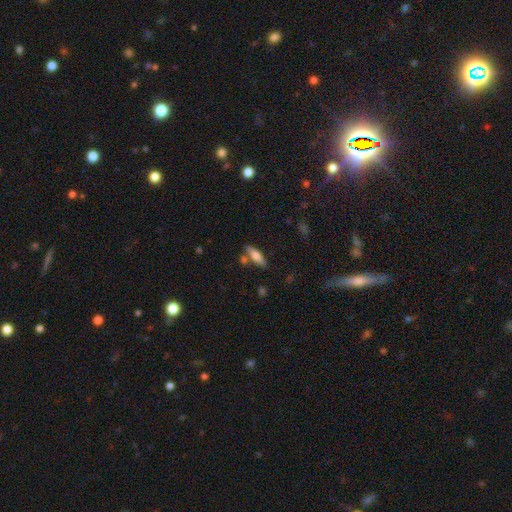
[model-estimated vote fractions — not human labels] smooth_or_featured: smooth (p=0.71) [alt: featured or disk p=0.22]
how_rounded: in between (p=0.51) [alt: cigar-shaped p=0.47]
merging: none (p=0.74) [alt: minor disturbance p=0.13]